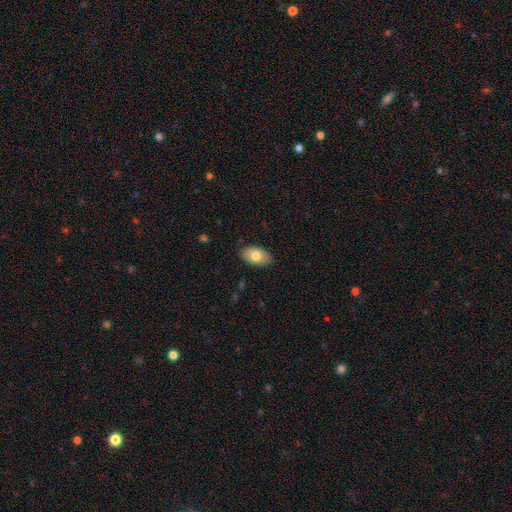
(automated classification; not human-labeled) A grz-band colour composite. It shows a smooth galaxy with no disk features (75%) that is in between round and cigar-shaped (92%). Merging: none (86%).